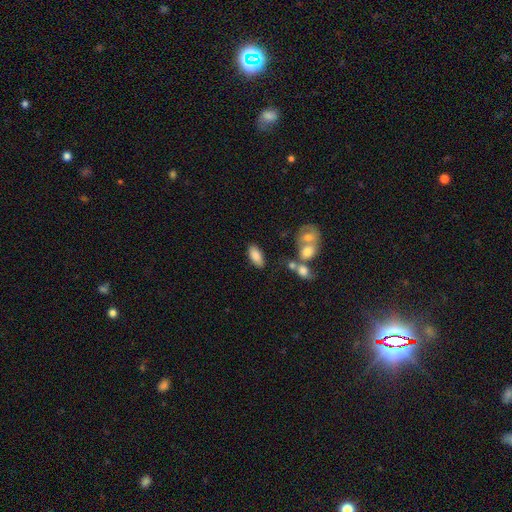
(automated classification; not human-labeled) A smooth galaxy with no disk features (84%) that is in between round and cigar-shaped (88%). Merging: none (78%).